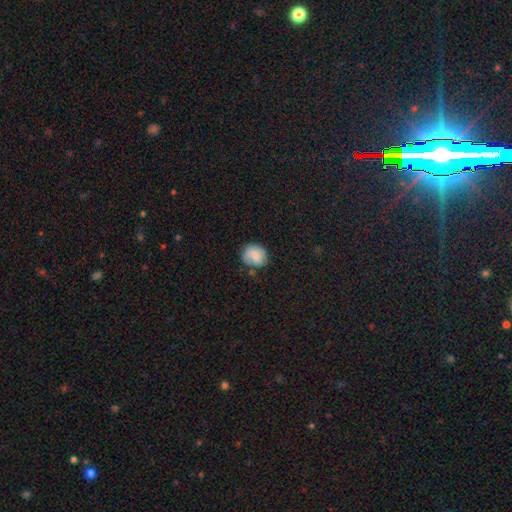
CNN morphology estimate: smooth_or_featured: smooth (p=0.81) [alt: featured or disk p=0.11]
how_rounded: round (p=0.75) [alt: in between p=0.24]
merging: none (p=0.65) [alt: minor disturbance p=0.25]